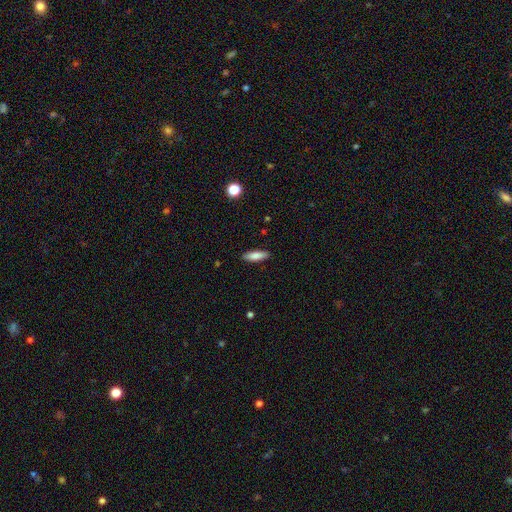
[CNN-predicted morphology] The model was most divided on "how rounded": cigar-shaped: 51%, in between: 47%, round: 2%. More confident: merging — none (89%); smooth or featured — smooth (82%).